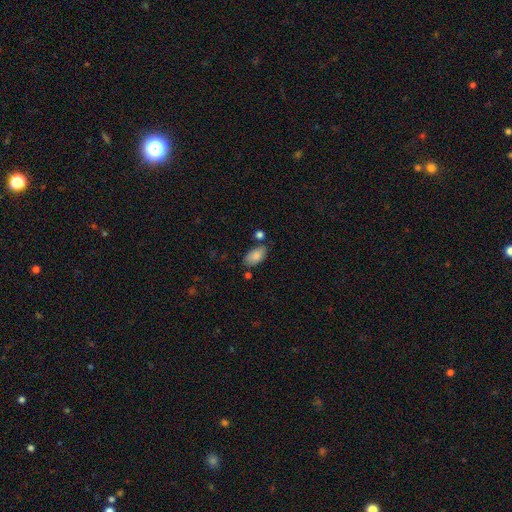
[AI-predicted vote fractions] Overall: smooth (84%). How rounded: in between (94%). Merging: none (71%).